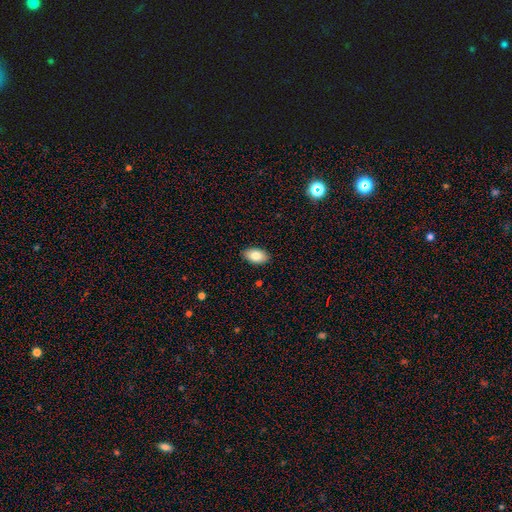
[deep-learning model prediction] Smooth or featured: smooth — 84% (featured or disk — 9%)
How rounded: in between — 93% (round — 5%)
Merging: none — 88% (minor disturbance — 9%)